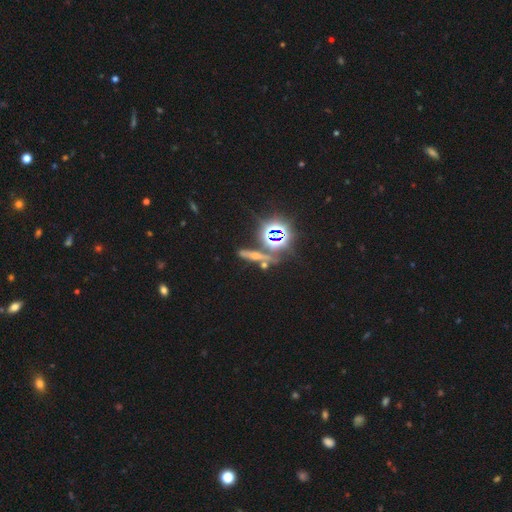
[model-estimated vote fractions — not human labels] Q: Smooth or featured?
A: star or artifact (40%); runner-up: smooth (32%)